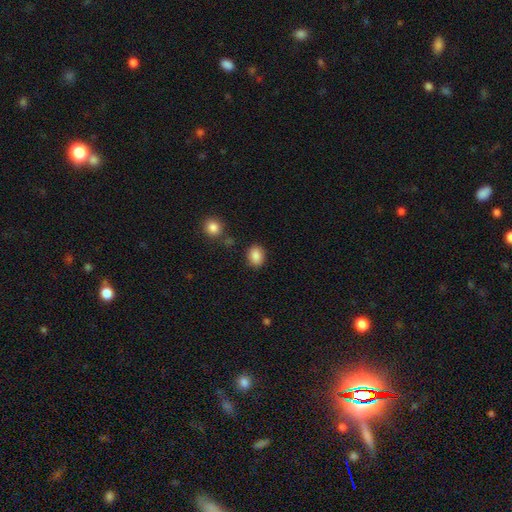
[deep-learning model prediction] Q: Smooth or featured?
A: smooth (88%); runner-up: star or artifact (9%)
Q: How rounded?
A: in between (64%); runner-up: round (35%)
Q: Merging?
A: none (84%); runner-up: minor disturbance (10%)